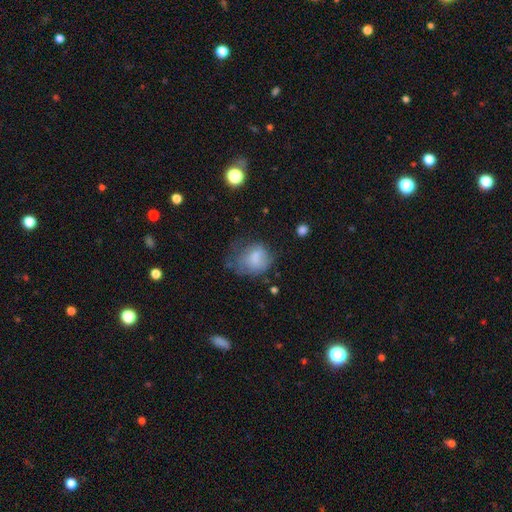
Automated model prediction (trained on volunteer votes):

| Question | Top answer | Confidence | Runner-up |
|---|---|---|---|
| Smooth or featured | smooth | 65% | featured or disk (23%) |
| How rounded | round | 53% | in between (46%) |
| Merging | none | 43% | minor disturbance (31%) |